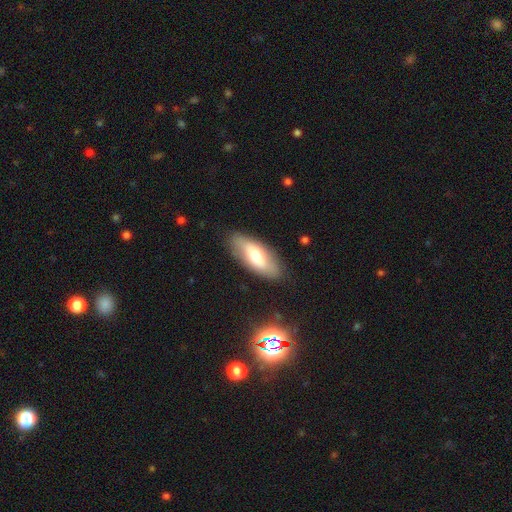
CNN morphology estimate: Overall: smooth (61%; featured or disk 32%). How rounded: in between (80%). Merging: none (83%).